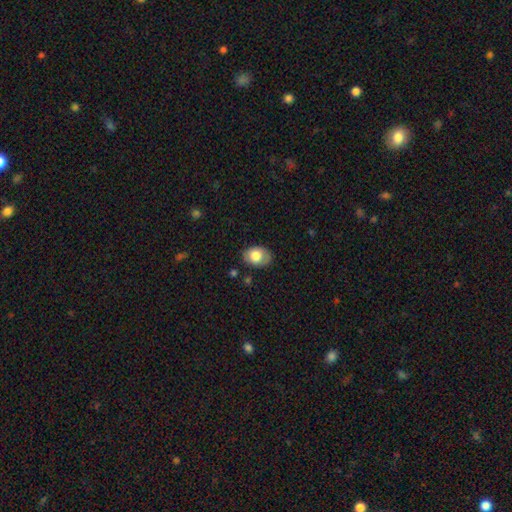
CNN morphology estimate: A smooth galaxy with no disk features (75%) that is in between round and cigar-shaped (74%). Merging: none (78%).